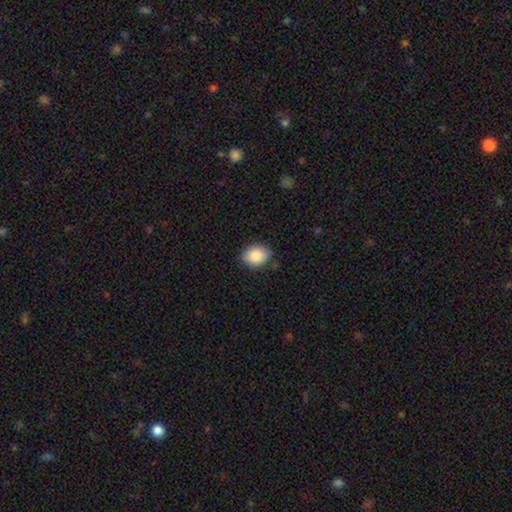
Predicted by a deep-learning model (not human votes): smooth_or_featured: smooth (p=0.87) [alt: star or artifact p=0.07]
how_rounded: in between (p=0.63) [alt: round p=0.36]
merging: none (p=0.83) [alt: minor disturbance p=0.13]